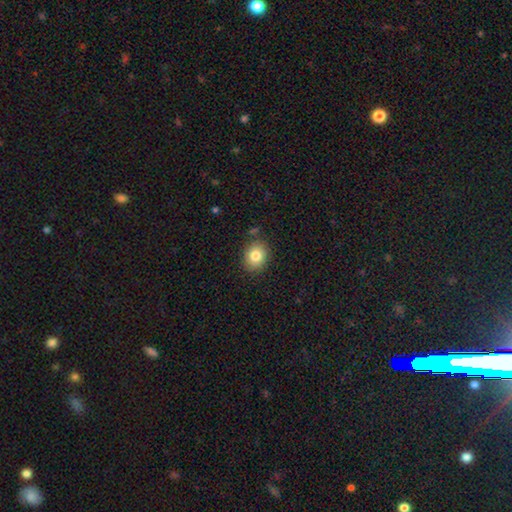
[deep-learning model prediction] The model was most divided on "how rounded": round: 58%, in between: 41%, cigar-shaped: 1%. More confident: merging — none (83%); smooth or featured — smooth (82%).